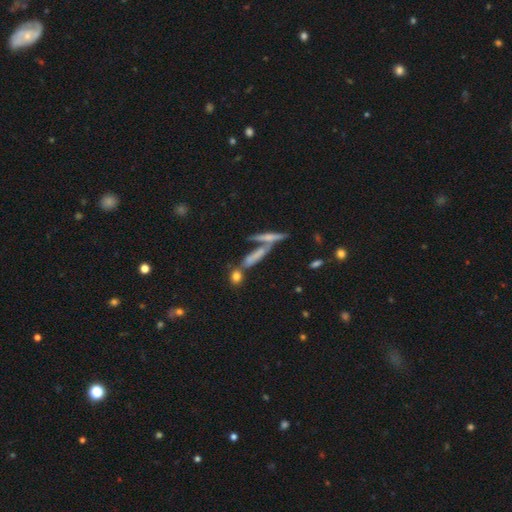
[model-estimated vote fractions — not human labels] The model was most divided on "smooth or featured": smooth: 48%, featured or disk: 39%, star or artifact: 13%. Remaining: merging — none (48%).